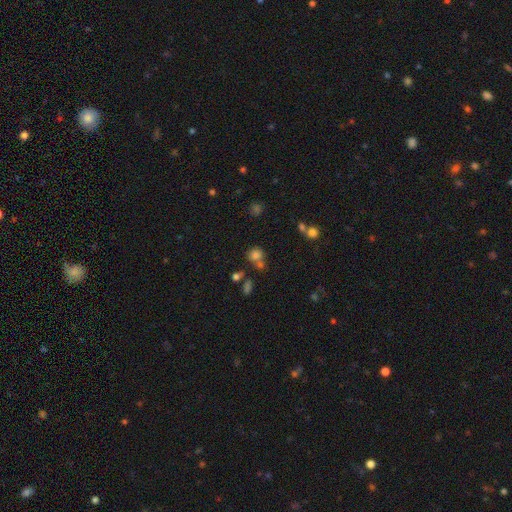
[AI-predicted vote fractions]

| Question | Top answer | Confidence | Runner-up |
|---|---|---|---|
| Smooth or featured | smooth | 75% | star or artifact (17%) |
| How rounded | round | 79% | in between (19%) |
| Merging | none | 57% | merger (25%) |